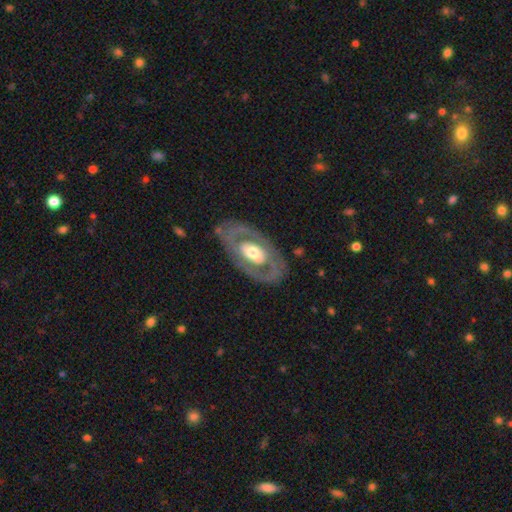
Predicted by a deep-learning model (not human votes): Overall: featured or disk (72%). Edge-on disk: no (90%). Bar: no (70%). Spiral arms: no (65%; yes 35%). Bulge size: moderate (61%; large 25%). Merging: none (79%).